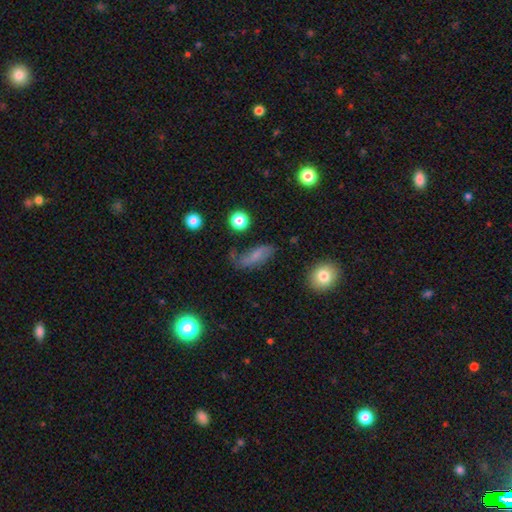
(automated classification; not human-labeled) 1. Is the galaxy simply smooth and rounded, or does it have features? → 52% smooth, 35% featured or disk, 13% star or artifact.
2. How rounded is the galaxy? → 68% in between, 24% cigar-shaped, 8% round.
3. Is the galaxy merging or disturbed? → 54% none, 27% minor disturbance, 15% major disturbance, 4% merger.